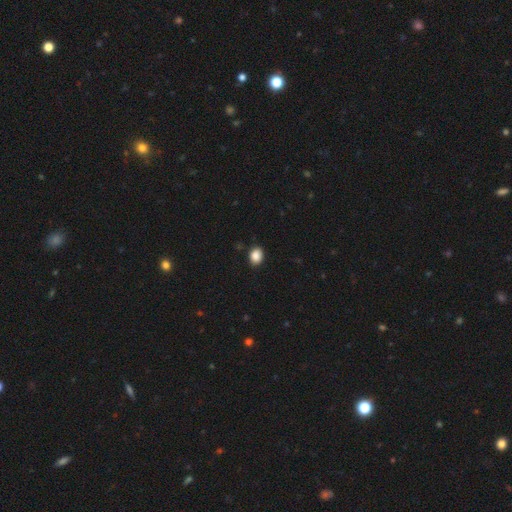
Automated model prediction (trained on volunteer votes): smooth_or_featured: smooth (p=0.88) [alt: star or artifact p=0.09]
how_rounded: in between (p=0.59) [alt: round p=0.40]
merging: none (p=0.88) [alt: minor disturbance p=0.09]